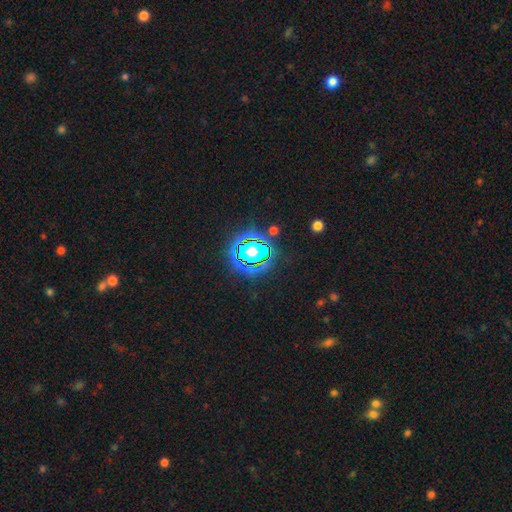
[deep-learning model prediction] Morphology: type=star or artifact (77%).